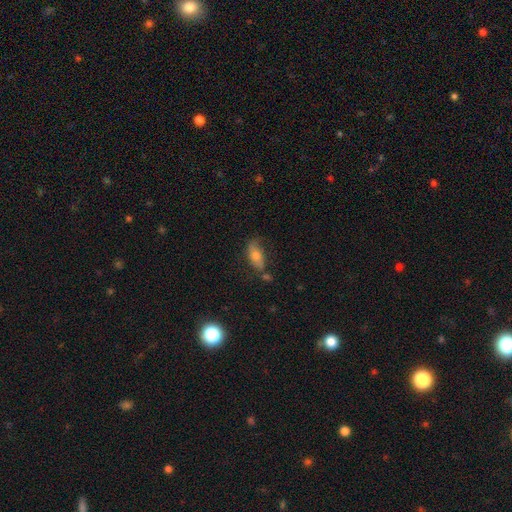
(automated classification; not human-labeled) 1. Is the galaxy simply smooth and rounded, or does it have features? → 57% smooth, 29% featured or disk, 14% star or artifact.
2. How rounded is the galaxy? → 75% in between, 18% cigar-shaped, 7% round.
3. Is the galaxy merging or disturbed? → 59% none, 24% minor disturbance, 9% major disturbance, 8% merger.